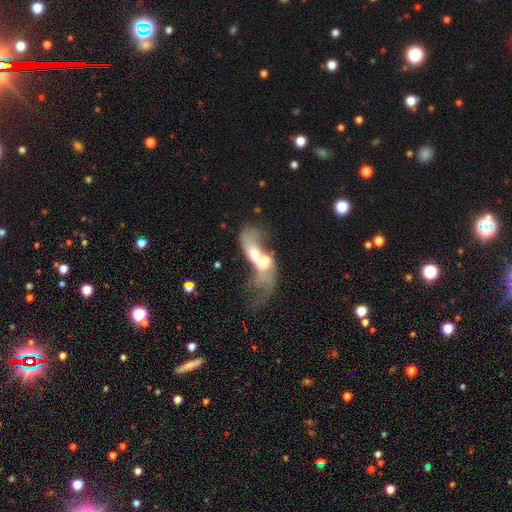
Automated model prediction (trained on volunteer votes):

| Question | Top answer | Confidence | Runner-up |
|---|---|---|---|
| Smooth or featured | featured or disk | 57% | smooth (33%) |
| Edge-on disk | no | 90% | yes (10%) |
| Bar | no | 71% | weak (21%) |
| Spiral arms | no | 60% | yes (40%) |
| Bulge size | moderate | 51% | large (24%) |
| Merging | merger | 74% | major disturbance (16%) |